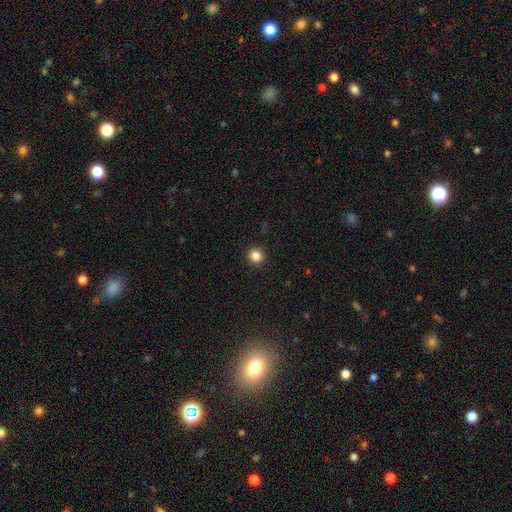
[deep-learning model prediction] Smooth or featured? Predicted: smooth (p=0.85). How rounded? Predicted: round (p=0.94). Merging? Predicted: none (p=0.93).